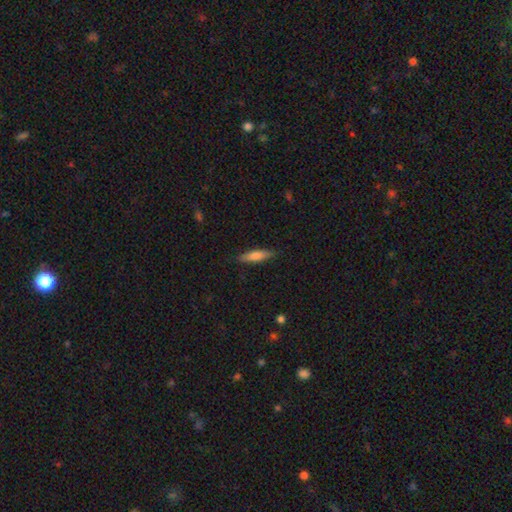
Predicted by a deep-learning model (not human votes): Overall: smooth (71%). How rounded: cigar-shaped (73%). Merging: none (86%).